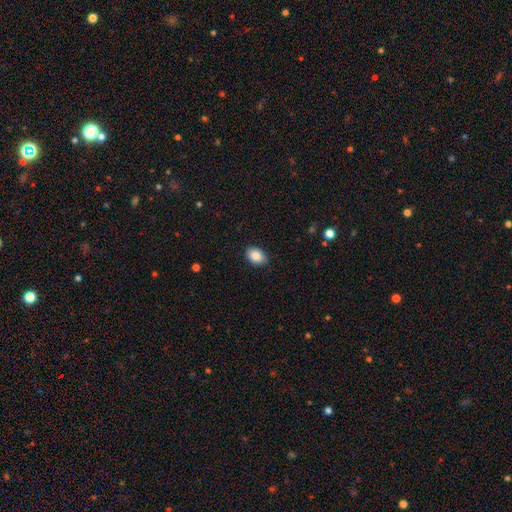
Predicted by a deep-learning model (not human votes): Smooth or featured? Predicted: smooth (p=0.86). How rounded? Predicted: in between (p=0.80). Merging? Predicted: none (p=0.87).